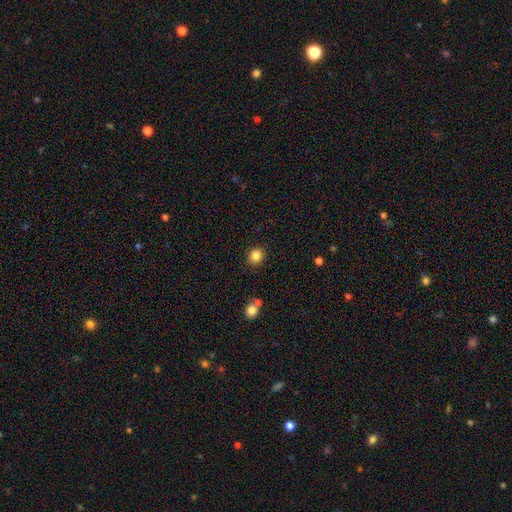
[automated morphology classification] Smooth or featured: smooth — 85% (star or artifact — 10%)
How rounded: round — 79% (in between — 20%)
Merging: none — 89% (minor disturbance — 7%)